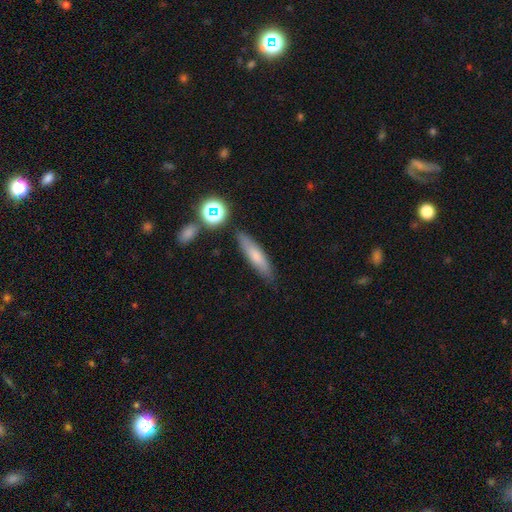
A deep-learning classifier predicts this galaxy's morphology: Smooth or featured? Predicted: smooth (p=0.68). How rounded? Predicted: cigar-shaped (p=0.76). Merging? Predicted: none (p=0.81).